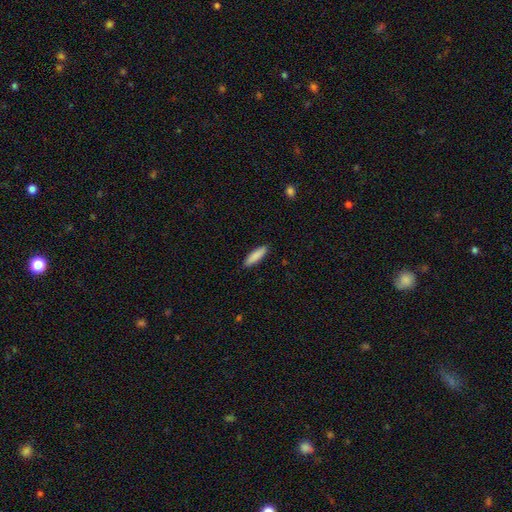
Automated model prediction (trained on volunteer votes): Q: Smooth or featured?
A: smooth (87%); runner-up: featured or disk (7%)
Q: How rounded?
A: cigar-shaped (67%); runner-up: in between (32%)
Q: Merging?
A: none (90%); runner-up: minor disturbance (7%)